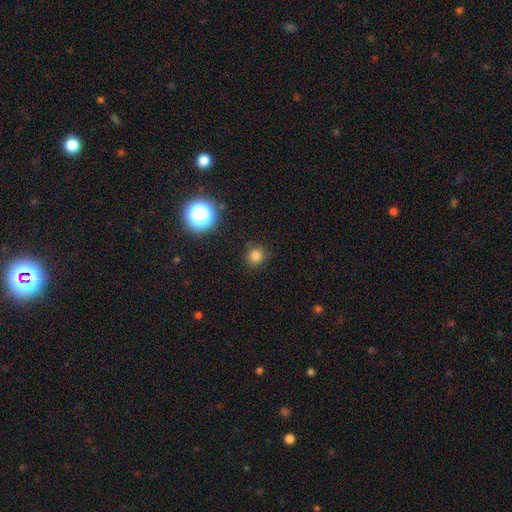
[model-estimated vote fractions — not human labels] smooth-or-featured: smooth: 79% | star or artifact: 17% | featured or disk: 5%
  how-rounded: round: 91% | in between: 9% | cigar-shaped: 1%
  merging: none: 88% | minor disturbance: 8% | major disturbance: 3% | merger: 2%